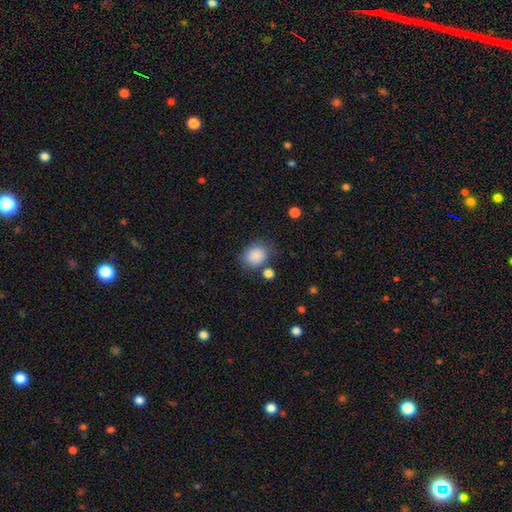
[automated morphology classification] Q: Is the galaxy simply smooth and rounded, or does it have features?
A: smooth — 87%.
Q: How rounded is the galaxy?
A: round — 62%.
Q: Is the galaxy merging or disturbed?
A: none — 73%.